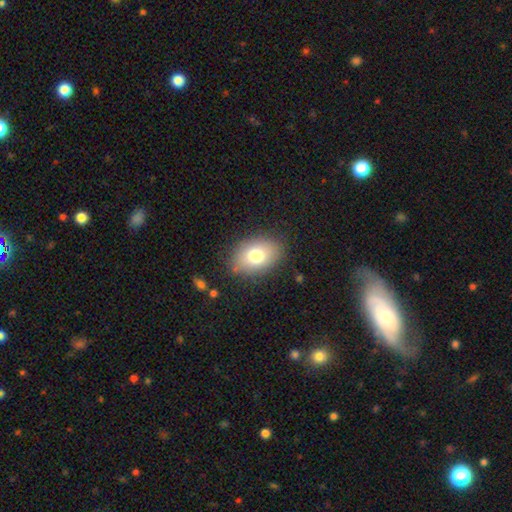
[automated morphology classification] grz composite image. It shows a smooth galaxy with no disk features (76%) that is in between round and cigar-shaped (80%). Merging: none (84%).